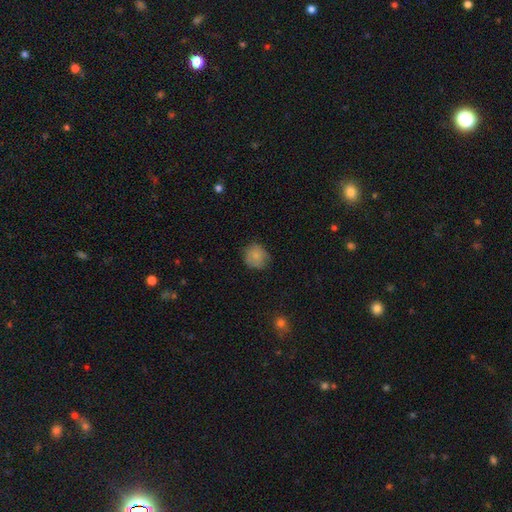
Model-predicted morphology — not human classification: Smooth or featured? smooth (81%)
How rounded? round (81%)
Merging? none (74%)